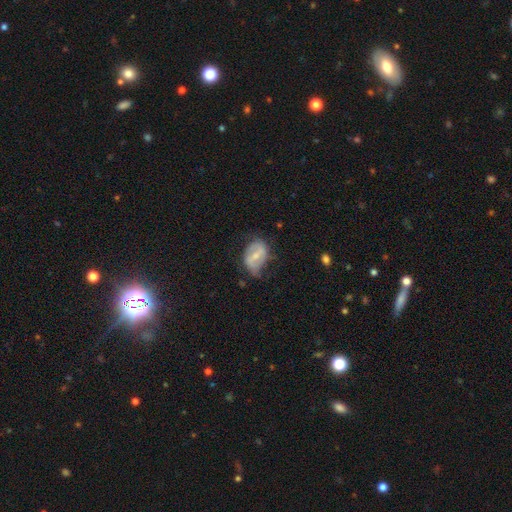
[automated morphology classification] smooth_or_featured: featured or disk (p=0.56) [alt: smooth p=0.37]
disk_edge_on: no (p=0.95) [alt: yes p=0.05]
bar: weak (p=0.44) [alt: strong p=0.37]
has_spiral_arms: yes (p=0.58) [alt: no p=0.42]
bulge_size: small (p=0.48) [alt: moderate p=0.44]
merging: none (p=0.48) [alt: minor disturbance p=0.34]